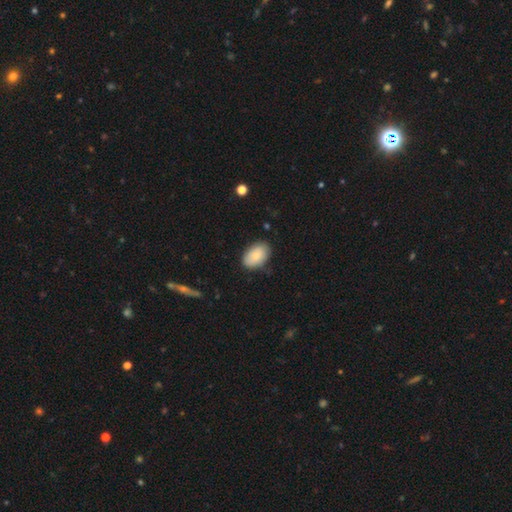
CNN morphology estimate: Smooth or featured: smooth — 82% (featured or disk — 11%)
How rounded: in between — 91% (round — 8%)
Merging: none — 82% (minor disturbance — 15%)